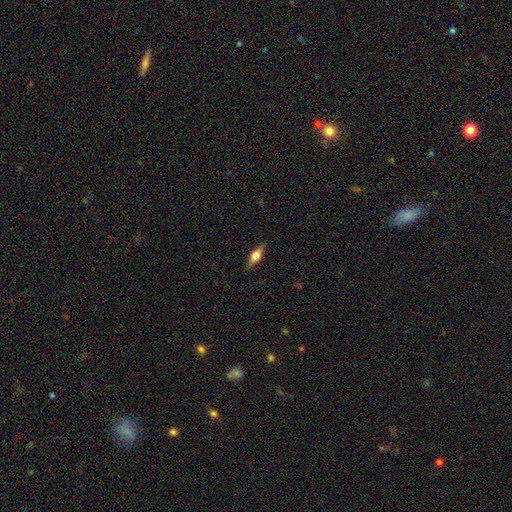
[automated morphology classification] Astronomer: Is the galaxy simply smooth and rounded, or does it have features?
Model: featured or disk — 51% (runner-up: smooth, 41%).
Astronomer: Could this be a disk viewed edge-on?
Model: yes — 94%.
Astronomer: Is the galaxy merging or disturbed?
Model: none — 86%.